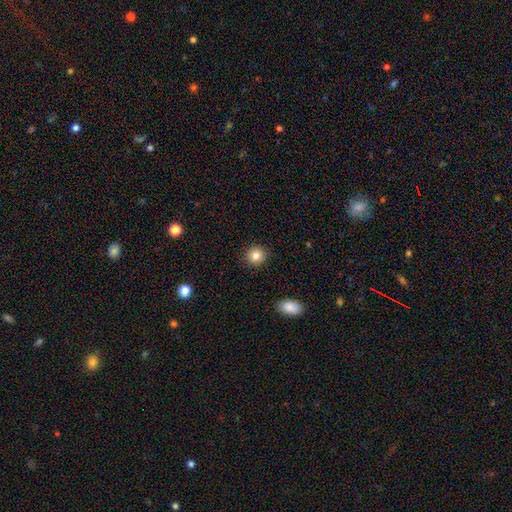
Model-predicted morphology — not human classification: A smooth galaxy with no disk features (83%) that is round (88%).

Vote fractions:
- Smooth or featured? smooth: 83% / star or artifact: 10% / featured or disk: 7%
- How rounded? round: 88% / in between: 11% / cigar-shaped: 1%
- Merging? none: 91% / minor disturbance: 6% / major disturbance: 2% / merger: 1%